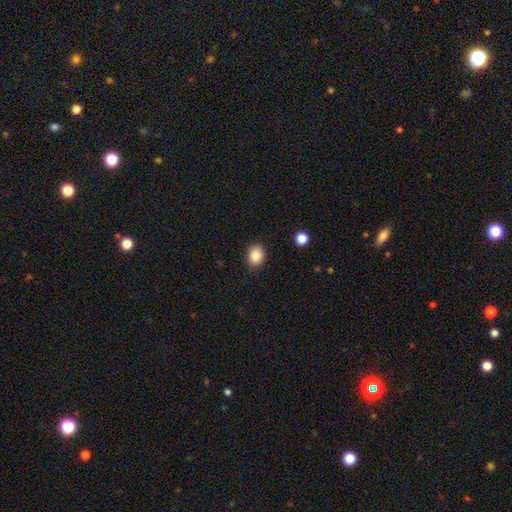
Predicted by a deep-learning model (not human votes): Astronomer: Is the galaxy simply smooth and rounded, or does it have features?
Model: smooth — 85%.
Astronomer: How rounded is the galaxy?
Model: round — 53% (runner-up: in between, 46%).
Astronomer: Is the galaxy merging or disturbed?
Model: none — 88%.